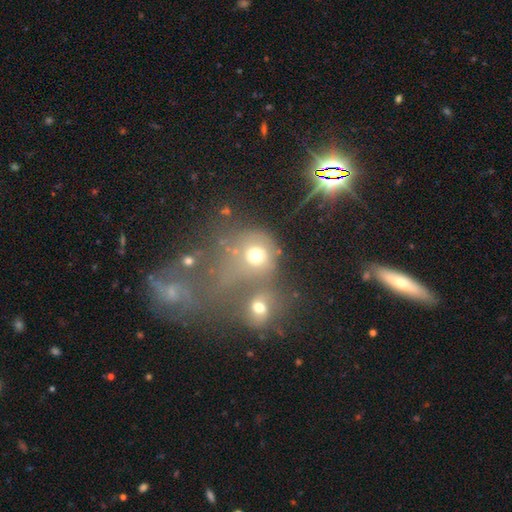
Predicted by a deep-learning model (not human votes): smooth_or_featured: smooth (p=0.66) [alt: featured or disk p=0.17]
how_rounded: round (p=0.74) [alt: in between p=0.25]
merging: merger (p=0.45) [alt: none p=0.33]